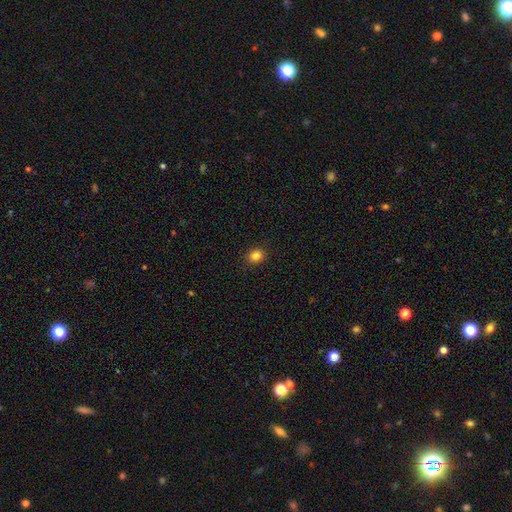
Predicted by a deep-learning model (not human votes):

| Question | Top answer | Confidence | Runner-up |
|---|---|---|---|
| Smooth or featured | smooth | 83% | star or artifact (12%) |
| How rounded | round | 72% | in between (27%) |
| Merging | none | 90% | minor disturbance (7%) |